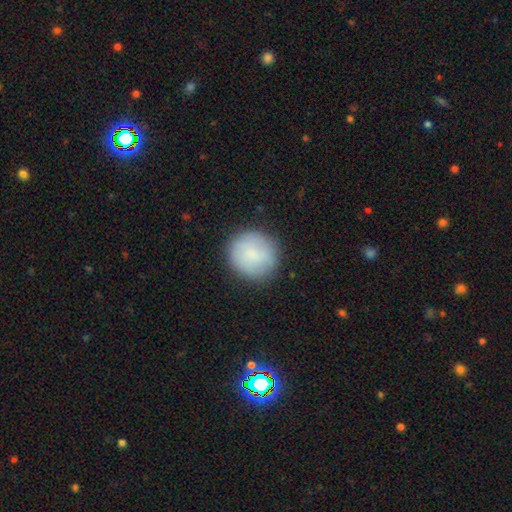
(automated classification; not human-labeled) smooth-or-featured: smooth: 79% | featured or disk: 12% | star or artifact: 9%
  how-rounded: round: 93% | in between: 6% | cigar-shaped: 1%
  merging: none: 87% | minor disturbance: 10% | major disturbance: 3% | merger: 1%